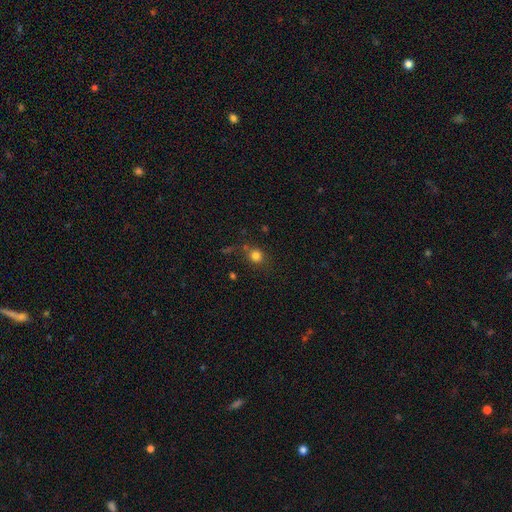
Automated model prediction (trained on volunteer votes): Smooth or featured? smooth (80%)
How rounded? round (81%)
Merging? none (70%)